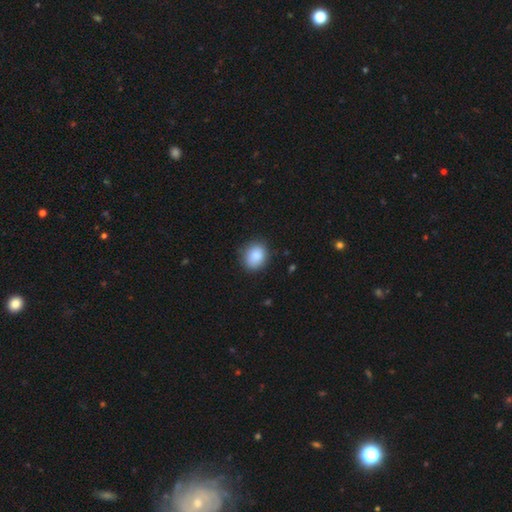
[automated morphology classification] smooth_or_featured: smooth (p=0.87) [alt: star or artifact p=0.08]
how_rounded: round (p=0.63) [alt: in between p=0.36]
merging: none (p=0.84) [alt: minor disturbance p=0.12]